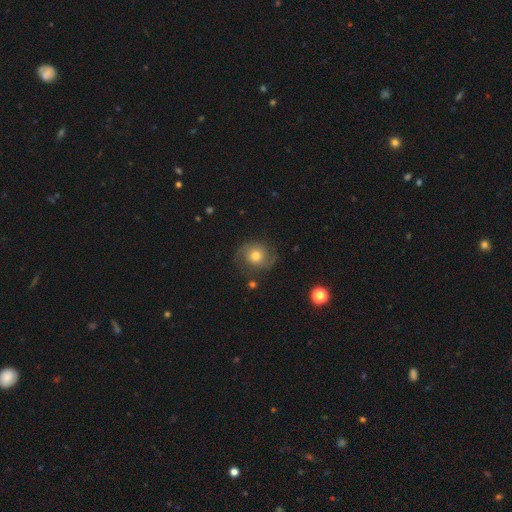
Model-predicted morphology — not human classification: smooth_or_featured: featured or disk (p=0.61) [alt: smooth p=0.29]
disk_edge_on: no (p=0.97) [alt: yes p=0.03]
bar: no (p=0.78) [alt: weak p=0.19]
has_spiral_arms: yes (p=0.89) [alt: no p=0.11]
spiral_winding: medium (p=0.47) [alt: tight p=0.29]
spiral_arm_count: 2 (p=0.87) [alt: can't tell p=0.06]
bulge_size: moderate (p=0.66) [alt: small p=0.17]
merging: none (p=0.76) [alt: minor disturbance p=0.15]